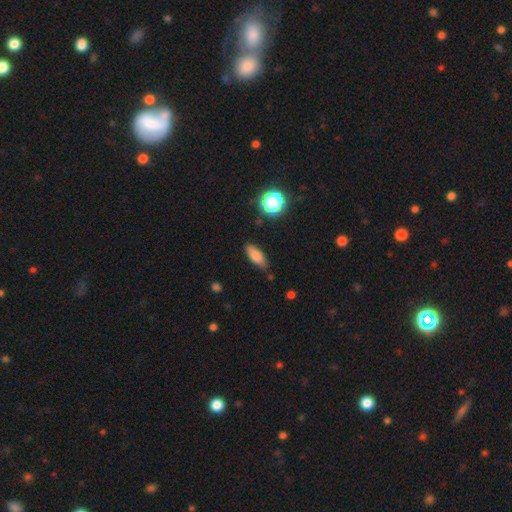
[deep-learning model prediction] Smooth or featured: smooth — 76% (featured or disk — 14%)
How rounded: in between — 68% (cigar-shaped — 28%)
Merging: none — 77% (minor disturbance — 17%)